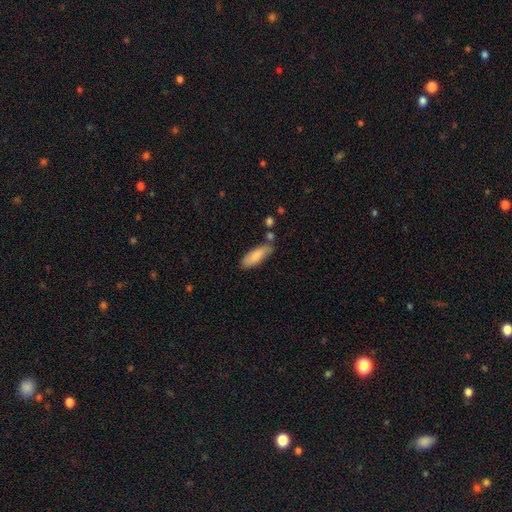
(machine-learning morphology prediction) smooth_or_featured: smooth (p=0.81) [alt: featured or disk p=0.13]
how_rounded: in between (p=0.69) [alt: cigar-shaped p=0.30]
merging: none (p=0.66) [alt: minor disturbance p=0.22]